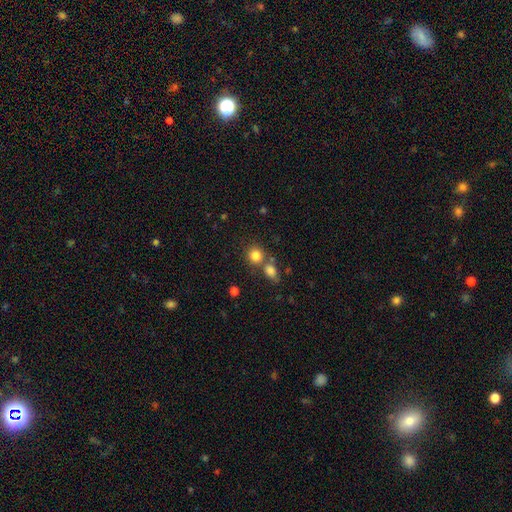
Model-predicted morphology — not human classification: Smooth or featured: smooth — 82% (star or artifact — 11%)
How rounded: round — 85% (in between — 14%)
Merging: none — 57% (merger — 31%)